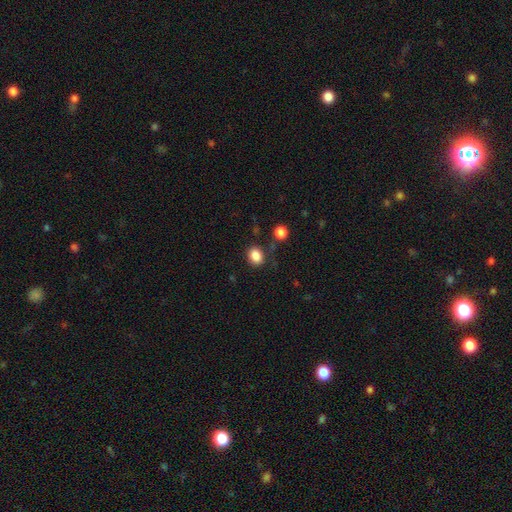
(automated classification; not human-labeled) This appears to be a smooth galaxy with no disk features (85%) that is in between round and cigar-shaped (50%). Merging: none (77%).